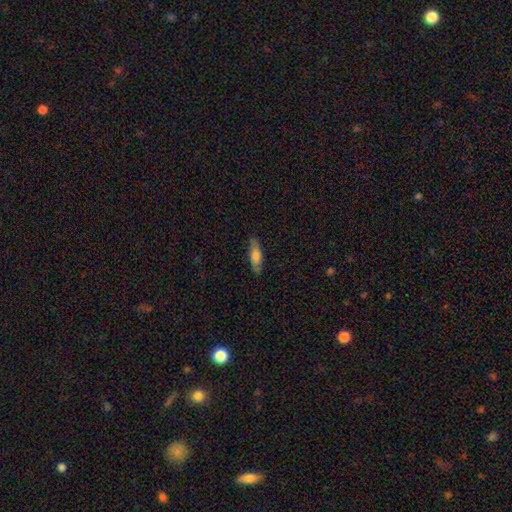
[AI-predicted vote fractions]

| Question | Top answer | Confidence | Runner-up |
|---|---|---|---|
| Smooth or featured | smooth | 69% | featured or disk (25%) |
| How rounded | in between | 51% | cigar-shaped (47%) |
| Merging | none | 84% | minor disturbance (13%) |